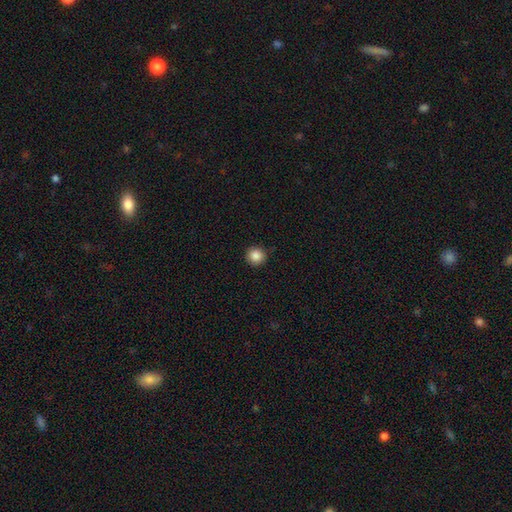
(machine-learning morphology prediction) type=smooth (87%); roundness=round (95%); merging=none (91%).